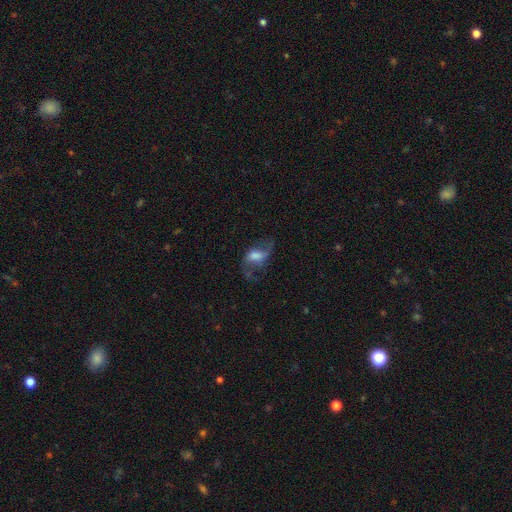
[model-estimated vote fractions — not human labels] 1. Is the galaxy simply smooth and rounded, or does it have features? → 60% featured or disk, 30% smooth, 10% star or artifact.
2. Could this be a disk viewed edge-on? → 94% no, 6% yes.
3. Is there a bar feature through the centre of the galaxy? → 45% weak, 38% no, 17% strong.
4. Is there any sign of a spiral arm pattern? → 83% yes, 17% no.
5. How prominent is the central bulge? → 35% moderate, 28% large, 18% small, 15% none, 4% dominant.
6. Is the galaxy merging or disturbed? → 48% none, 28% major disturbance, 20% minor disturbance, 3% merger.